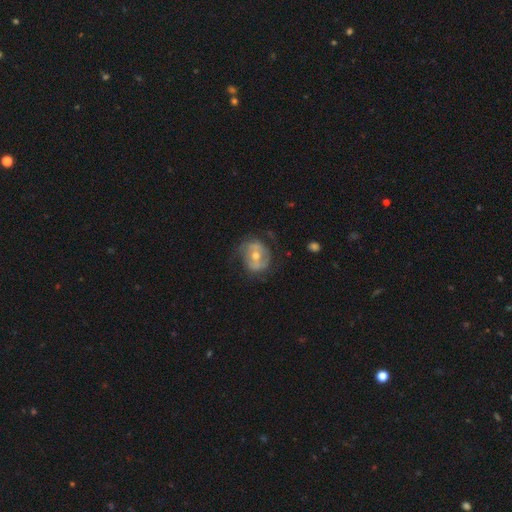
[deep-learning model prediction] This is likely a featured or disk galaxy (65%). It is clearly not viewed edge-on (95%). Bar: marginally weak (38%). Spiral arm pattern: possibly yes (57%). Central bulge: likely moderate (65%). Merging: likely none (67%).